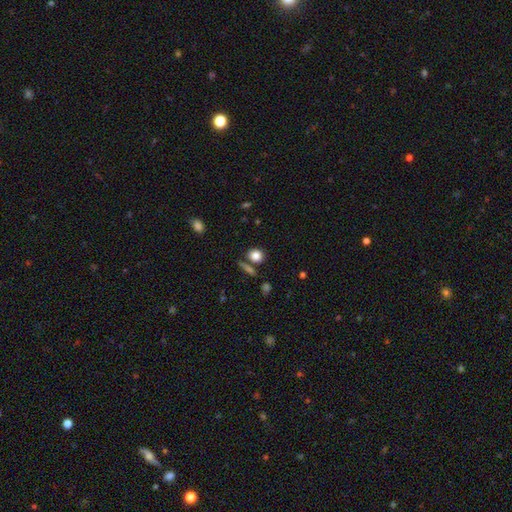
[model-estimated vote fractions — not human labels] smooth-or-featured: smooth: 83% | star or artifact: 10% | featured or disk: 7%
  how-rounded: round: 66% | in between: 31% | cigar-shaped: 2%
  merging: none: 75% | merger: 12% | minor disturbance: 10% | major disturbance: 3%